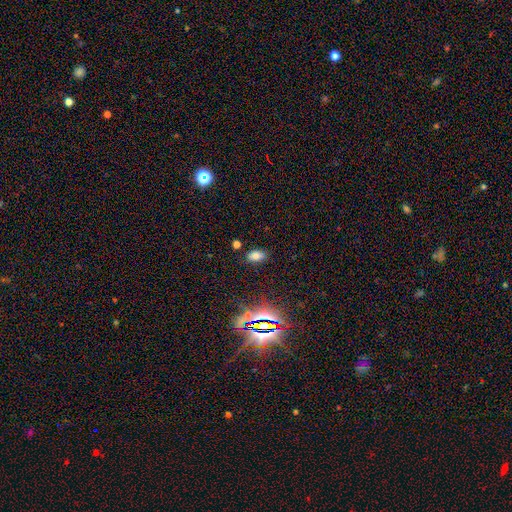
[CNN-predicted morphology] Q: Smooth or featured?
A: smooth (71%); runner-up: star or artifact (21%)
Q: How rounded?
A: in between (89%); runner-up: round (9%)
Q: Merging?
A: none (83%); runner-up: minor disturbance (11%)